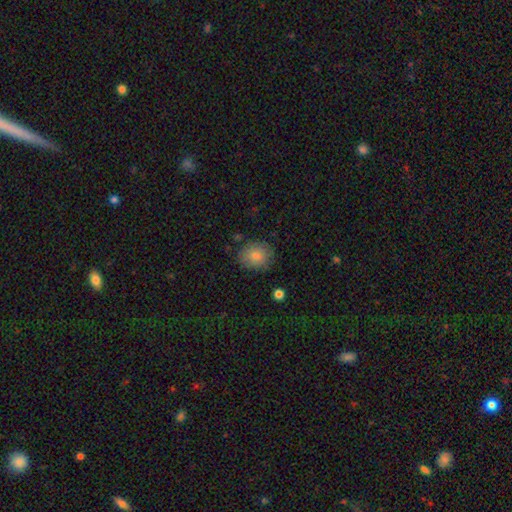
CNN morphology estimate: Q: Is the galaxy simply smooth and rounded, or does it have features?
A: smooth — 81%.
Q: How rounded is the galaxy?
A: round — 67%.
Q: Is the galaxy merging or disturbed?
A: none — 82%.